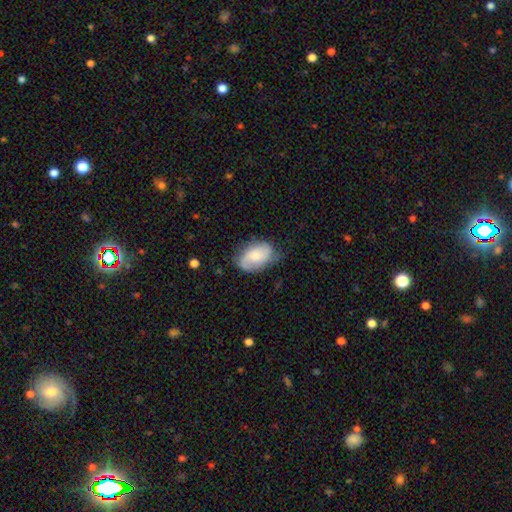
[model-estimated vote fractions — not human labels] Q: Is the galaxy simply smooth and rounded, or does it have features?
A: smooth — 49%.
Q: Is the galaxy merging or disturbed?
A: none — 60%.